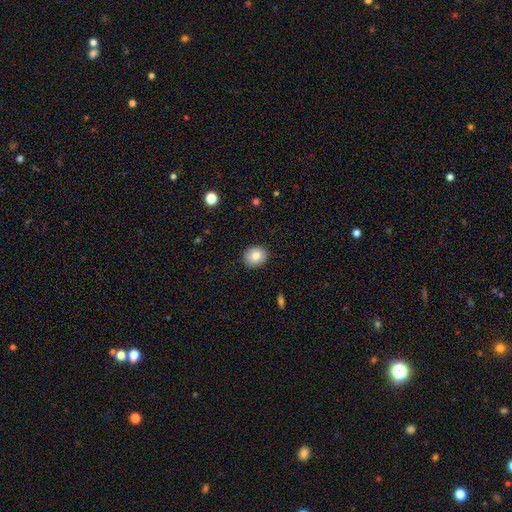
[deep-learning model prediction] Overall: smooth (81%). How rounded: round (73%). Merging: none (89%).